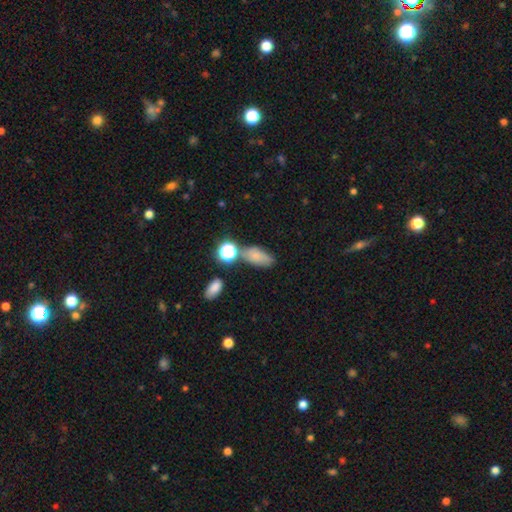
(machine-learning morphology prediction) smooth-or-featured: smooth: 72% | star or artifact: 15% | featured or disk: 13%
  how-rounded: in between: 82% | round: 11% | cigar-shaped: 6%
  merging: none: 59% | minor disturbance: 19% | merger: 14% | major disturbance: 7%